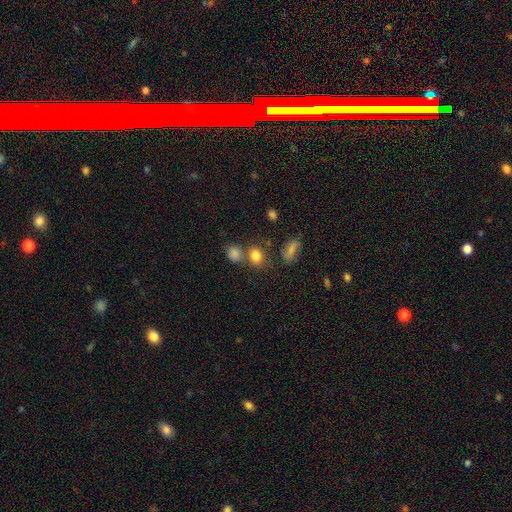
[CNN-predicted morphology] A smooth galaxy with no disk features (82%) that is round (54%). Merging: none (58%).